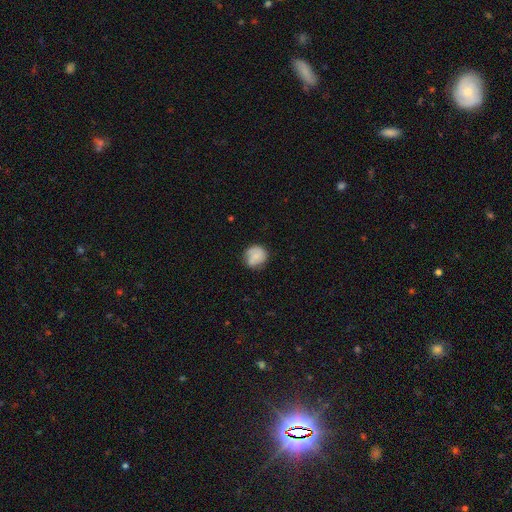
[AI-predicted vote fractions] This appears to be a smooth galaxy with no disk features (66%) that is round (83%). Merging: none (66%).